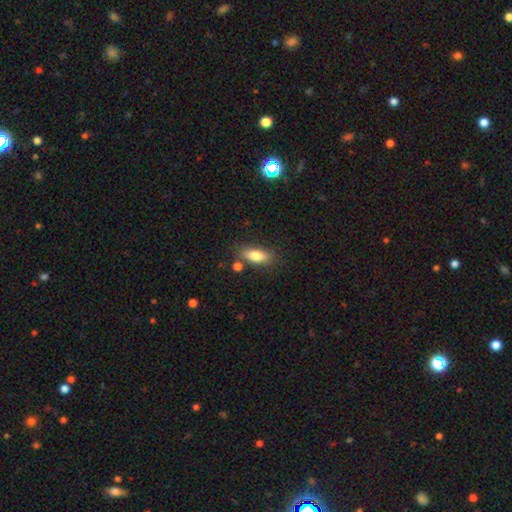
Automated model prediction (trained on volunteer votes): smooth_or_featured: smooth (p=0.81) [alt: featured or disk p=0.11]
how_rounded: in between (p=0.78) [alt: cigar-shaped p=0.18]
merging: none (p=0.75) [alt: minor disturbance p=0.14]